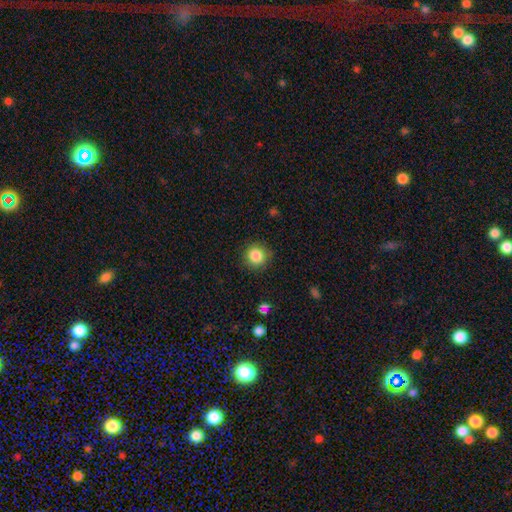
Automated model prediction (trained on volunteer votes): Smooth or featured: smooth — 85% (star or artifact — 10%)
How rounded: round — 93% (in between — 6%)
Merging: none — 87% (minor disturbance — 9%)